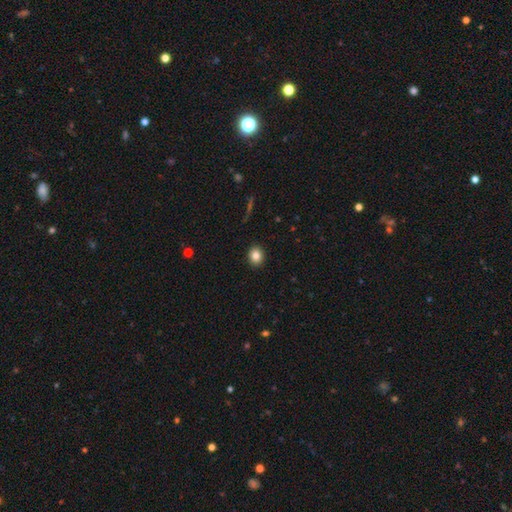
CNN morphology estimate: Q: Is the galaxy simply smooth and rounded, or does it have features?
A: smooth — 82%.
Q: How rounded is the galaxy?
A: round — 70%.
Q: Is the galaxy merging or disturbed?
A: none — 92%.